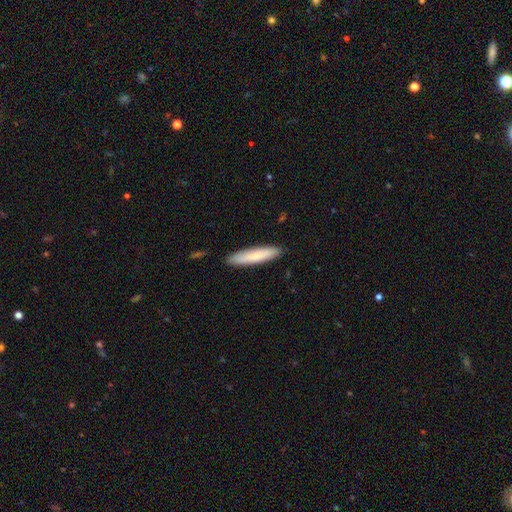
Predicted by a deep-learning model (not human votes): Morphology: type=smooth (79%); roundness=cigar-shaped (85%); merging=none (89%).